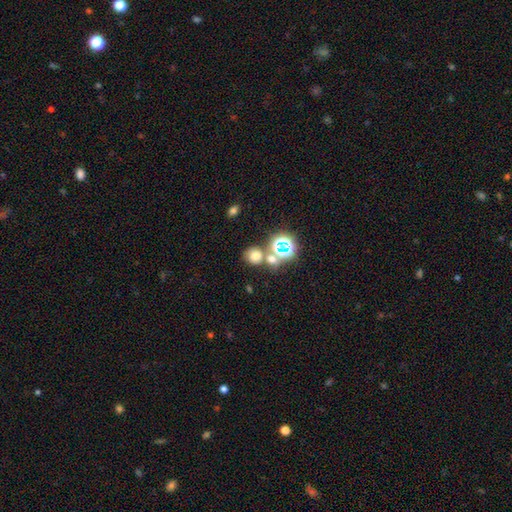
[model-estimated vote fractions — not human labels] The model was most divided on "merging": none: 61%, merger: 26%, minor disturbance: 9%, major disturbance: 4%. More confident: how rounded — round (81%); smooth or featured — smooth (65%).